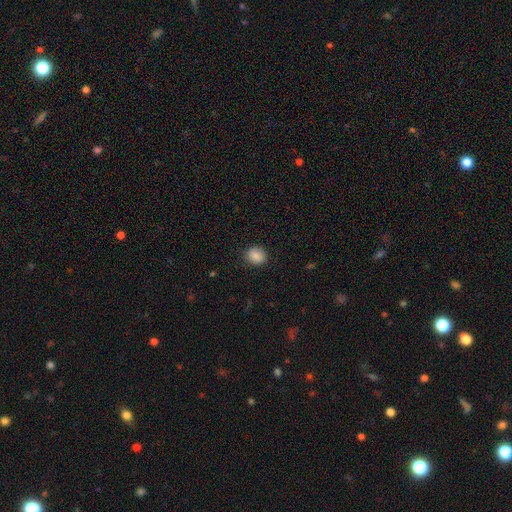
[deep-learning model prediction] Smooth or featured?
  - smooth: 88% *
  - star or artifact: 9%
  - featured or disk: 4%
How rounded?
  - round: 62% *
  - in between: 37%
  - cigar-shaped: 1%
Merging?
  - none: 86% *
  - minor disturbance: 10%
  - major disturbance: 3%
  - merger: 1%